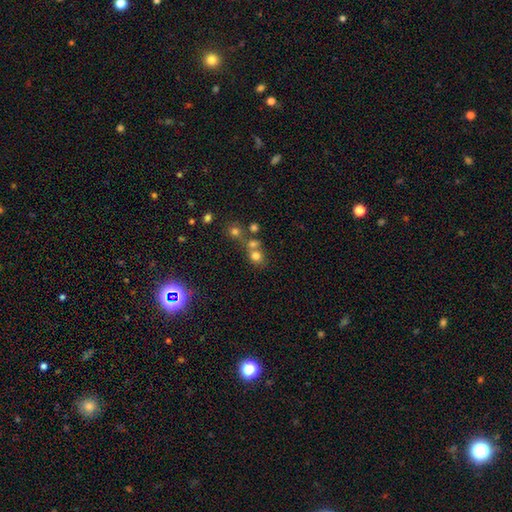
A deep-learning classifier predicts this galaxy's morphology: A smooth galaxy with no disk features (71%) that is round (76%). Merging: none (44%, tied with merger).